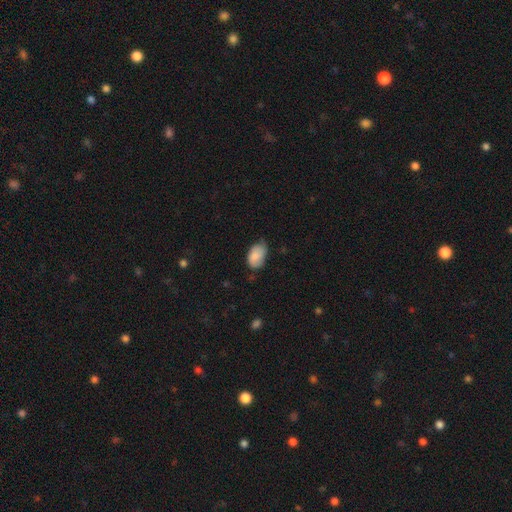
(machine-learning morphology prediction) Overall: smooth (82%). How rounded: in between (91%). Merging: none (55%; minor disturbance 36%).